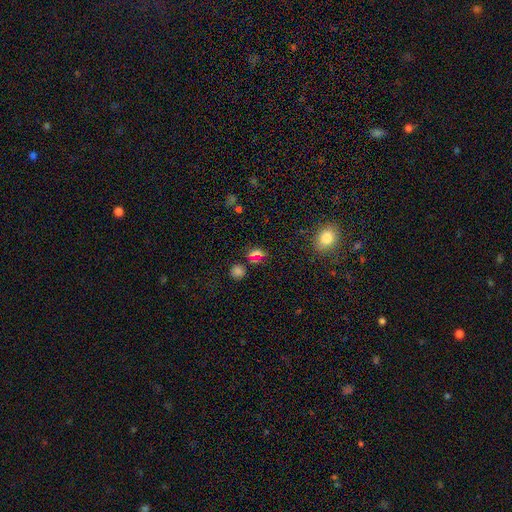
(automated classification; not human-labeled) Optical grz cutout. It shows a smooth galaxy with no disk features (61%) that is in between round and cigar-shaped (46%, tied with round). Merging: none (73%).